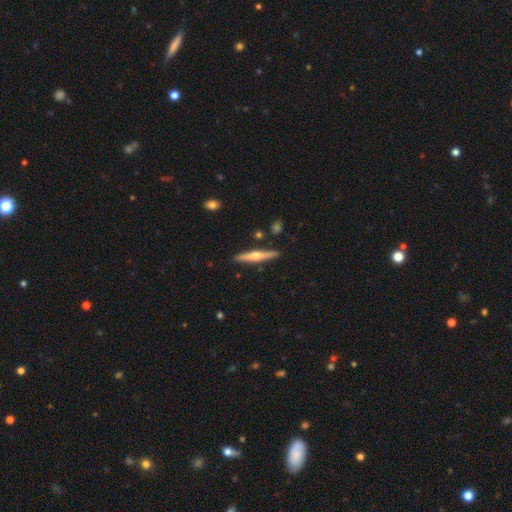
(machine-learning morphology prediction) This appears to be a featured or disk galaxy (60%) viewed edge-on (97%) with a rounded central bulge (88%). Merging: none (89%).